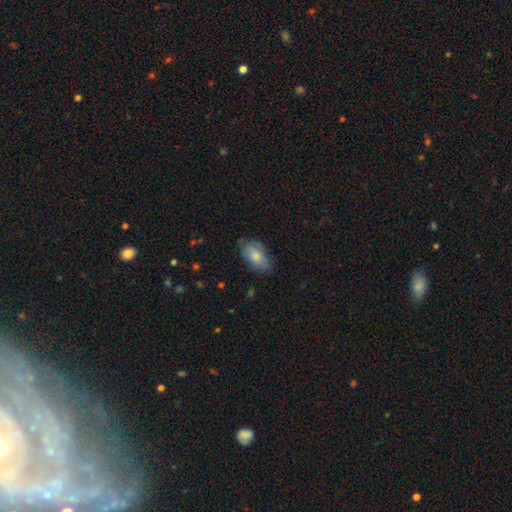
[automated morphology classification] smooth_or_featured: smooth (p=0.79) [alt: featured or disk p=0.15]
how_rounded: in between (p=0.92) [alt: round p=0.06]
merging: none (p=0.75) [alt: minor disturbance p=0.20]